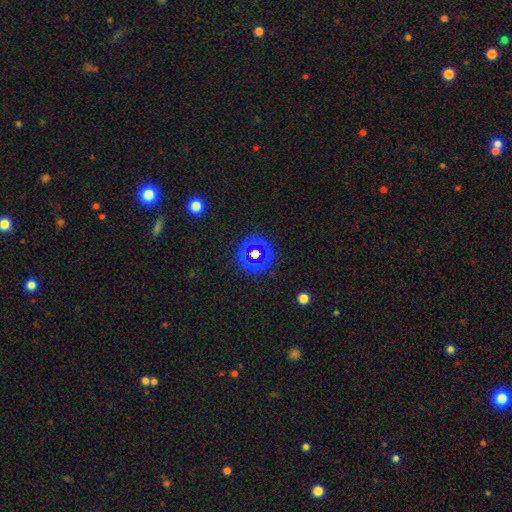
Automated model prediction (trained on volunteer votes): Q: Smooth or featured?
A: star or artifact (51%); runner-up: smooth (31%)